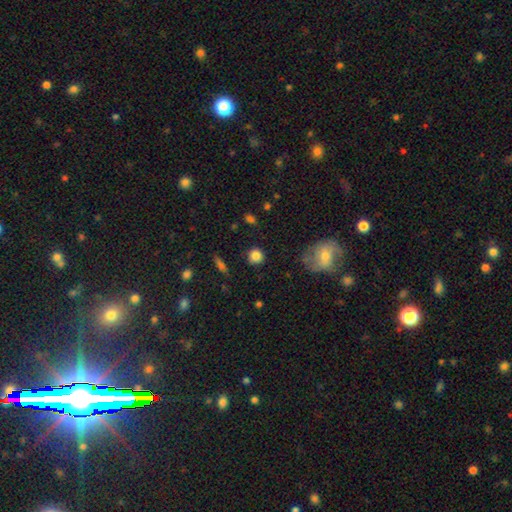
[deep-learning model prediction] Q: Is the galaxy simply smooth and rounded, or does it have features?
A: smooth — 84%.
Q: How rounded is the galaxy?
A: round — 90%.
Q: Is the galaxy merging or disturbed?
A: none — 85%.